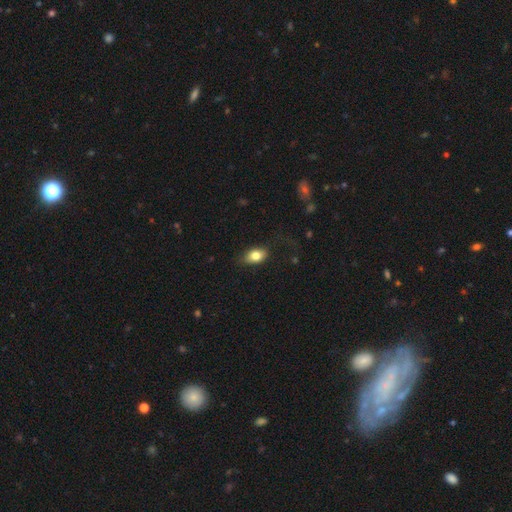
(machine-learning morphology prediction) Overall: smooth (80%). How rounded: in between (85%). Merging: none (73%).